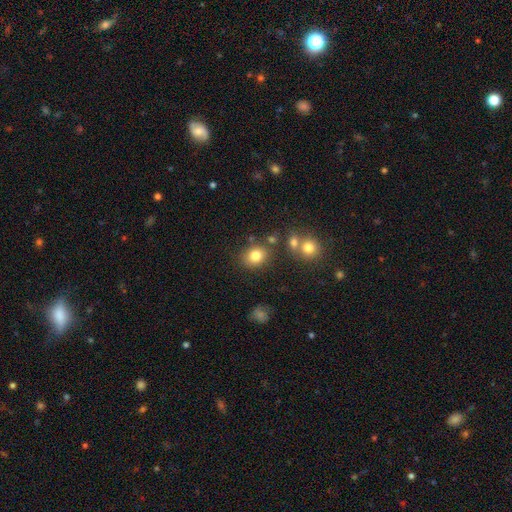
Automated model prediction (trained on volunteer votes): smooth_or_featured: smooth (p=0.81) [alt: star or artifact p=0.12]
how_rounded: round (p=0.56) [alt: in between p=0.43]
merging: none (p=0.77) [alt: minor disturbance p=0.12]